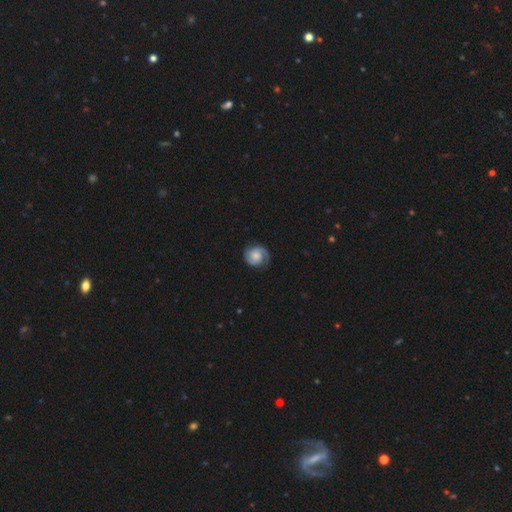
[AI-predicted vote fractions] smooth-or-featured: featured or disk: 74% | smooth: 20% | star or artifact: 6%
  disk-edge-on: no: 98% | yes: 2%
    bar: no: 69% | weak: 26% | strong: 4%
    has-spiral-arms: yes: 96% | no: 4%
      spiral-winding: tight: 54% | medium: 36% | loose: 10%
      spiral-arm-count: 2: 79% | 1: 7% | can't tell: 7% | 3: 4% | 4: 1% | more than 4: 1%
    bulge-size: moderate: 41% | small: 34% | none: 12% | large: 11% | dominant: 2%
  merging: none: 79% | minor disturbance: 15% | major disturbance: 5% | merger: 1%